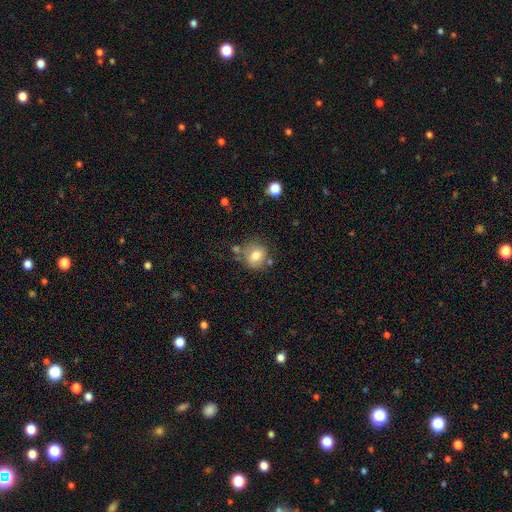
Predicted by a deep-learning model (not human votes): A smooth galaxy with no disk features (74%) that is round (79%). Merging: none (66%).